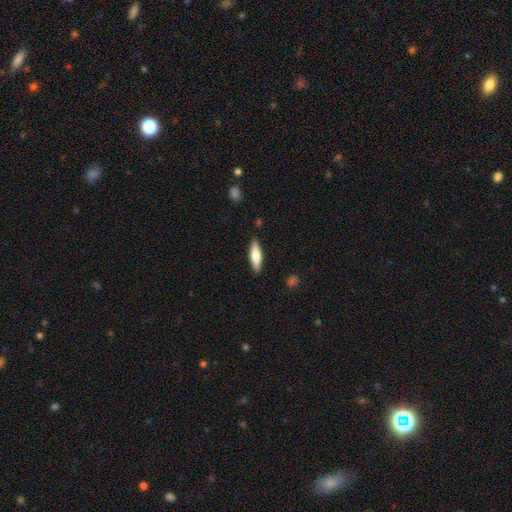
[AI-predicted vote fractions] This is likely a smooth galaxy (66%). How rounded: likely cigar-shaped (67%). Merging: clearly none (87%).